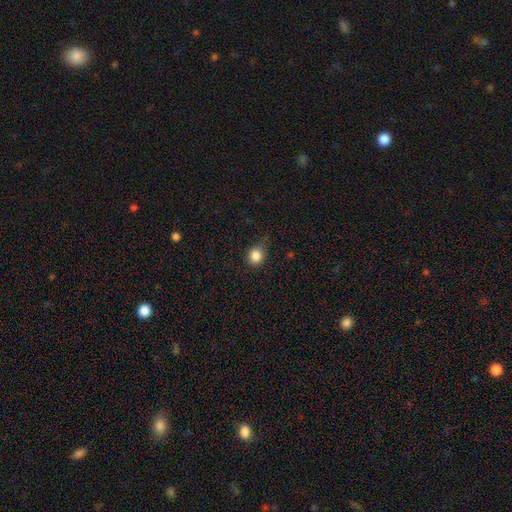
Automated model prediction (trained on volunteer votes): Morphology: type=smooth (85%); roundness=round (75%); merging=none (70%).